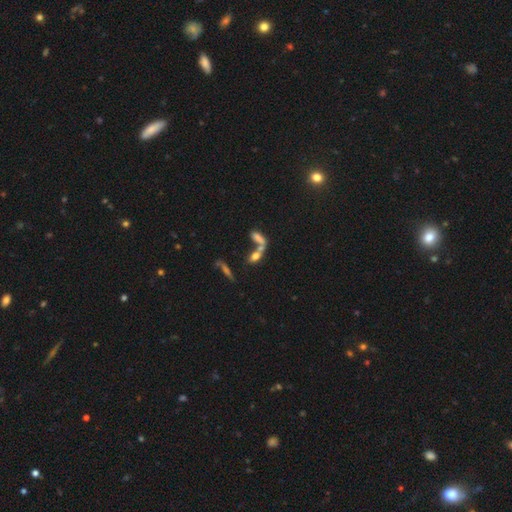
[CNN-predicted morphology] A smooth galaxy with no disk features (48%).

Vote fractions:
- Smooth or featured? smooth: 48% / featured or disk: 32% / star or artifact: 20%
- Merging? merger: 55% / none: 29% / minor disturbance: 8% / major disturbance: 8%